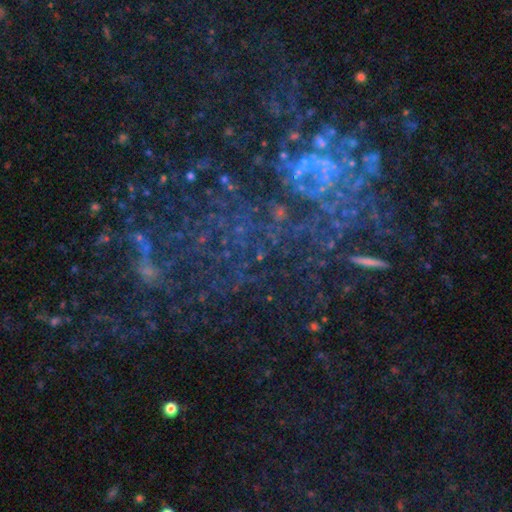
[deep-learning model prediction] Q: Smooth or featured?
A: star or artifact (61%); runner-up: featured or disk (24%)